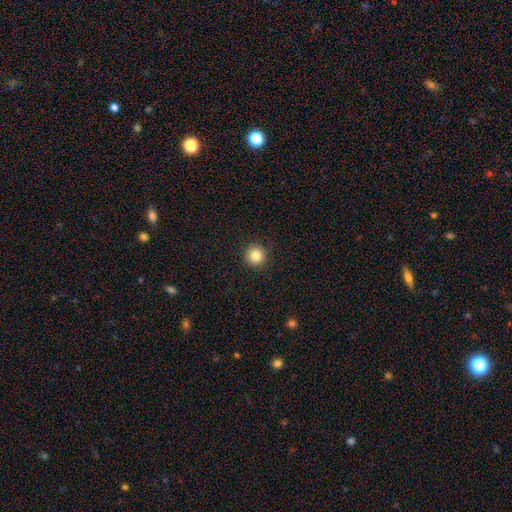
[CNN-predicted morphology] This appears to be a smooth galaxy with no disk features (83%) that is round (95%). Merging: none (92%).